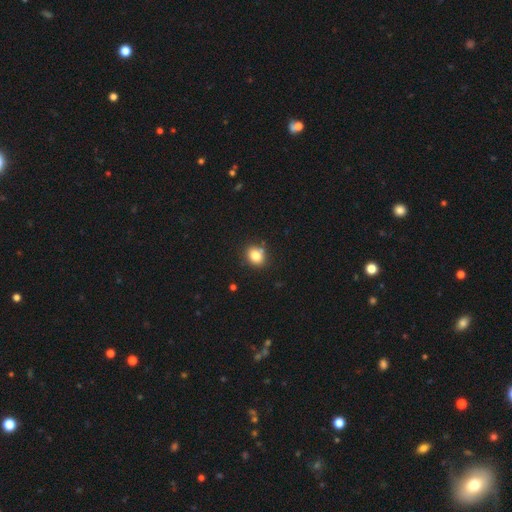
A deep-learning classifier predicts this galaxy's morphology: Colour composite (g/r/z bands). It shows a smooth galaxy with no disk features (82%) that is round (60%). Merging: none (79%).